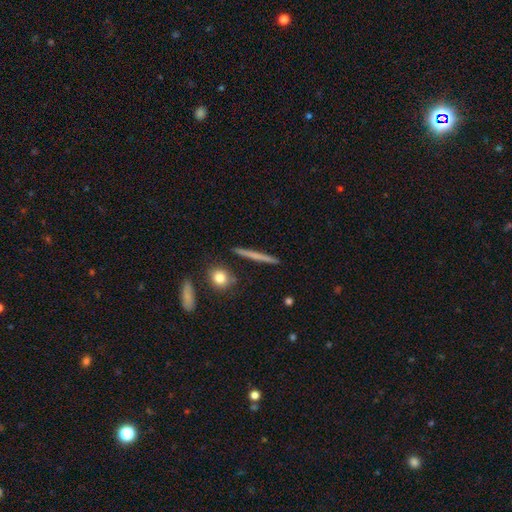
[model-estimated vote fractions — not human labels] Smooth or featured: smooth — 52% (featured or disk — 41%)
How rounded: cigar-shaped — 93% (round — 4%)
Merging: none — 91% (minor disturbance — 6%)